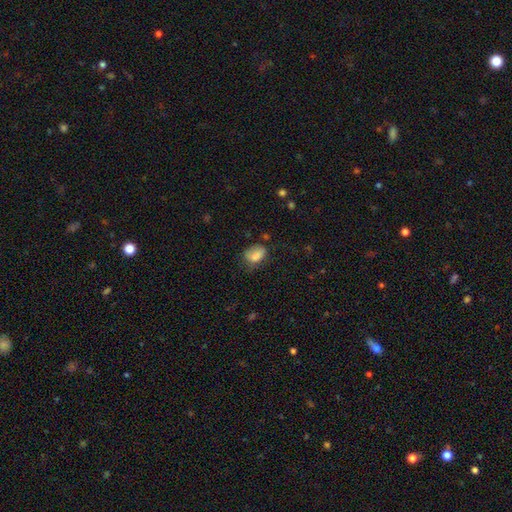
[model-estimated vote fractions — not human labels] smooth 78%, featured or disk 12%, star or artifact 9%. Down the decision tree: how rounded — in between (79%); merging — none (47%).